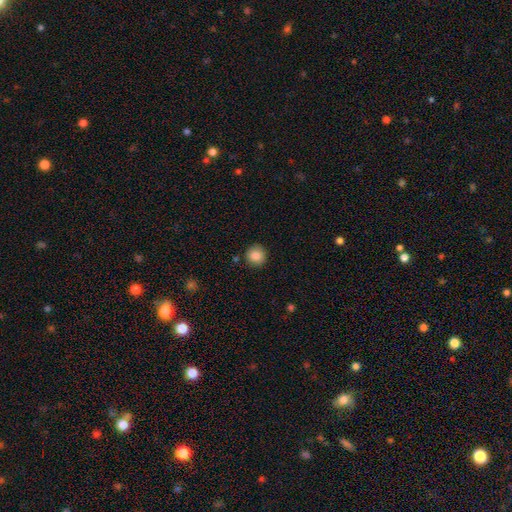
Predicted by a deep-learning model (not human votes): Morphology: type=smooth (85%); roundness=round (92%); merging=none (88%).